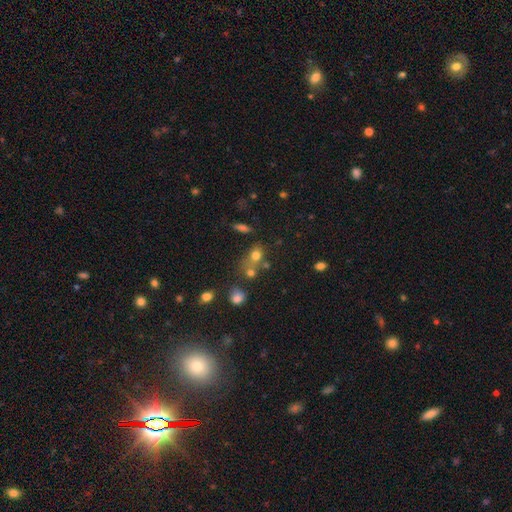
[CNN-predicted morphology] A smooth galaxy with no disk features (71%) that is round (57%). Merging: none (44%).